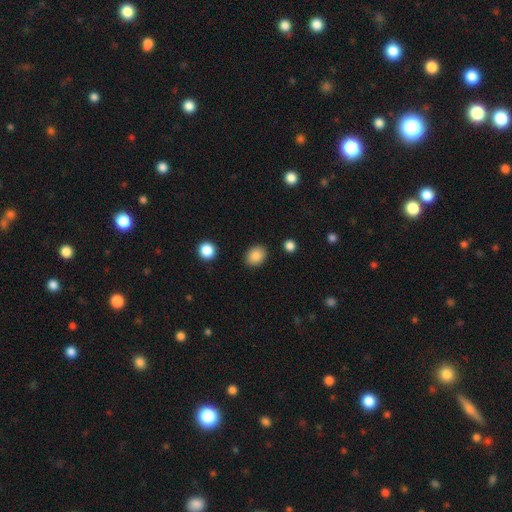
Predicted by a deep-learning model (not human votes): Smooth or featured? Predicted: smooth (p=0.87). How rounded? Predicted: in between (p=0.51). Merging? Predicted: none (p=0.88).